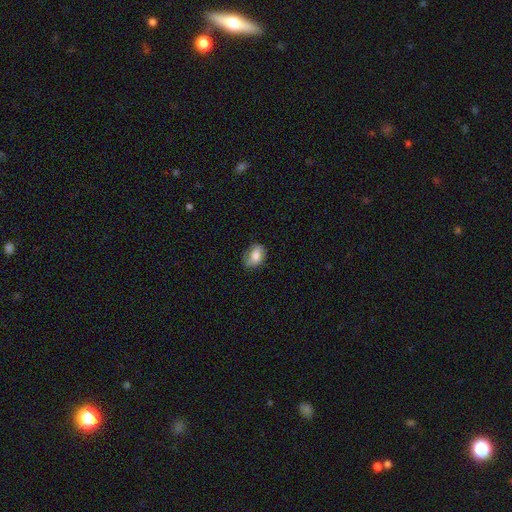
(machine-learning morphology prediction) smooth-or-featured: smooth: 73% | featured or disk: 19% | star or artifact: 8%
  how-rounded: in between: 78% | round: 21% | cigar-shaped: 2%
  merging: none: 69% | minor disturbance: 24% | major disturbance: 6% | merger: 1%